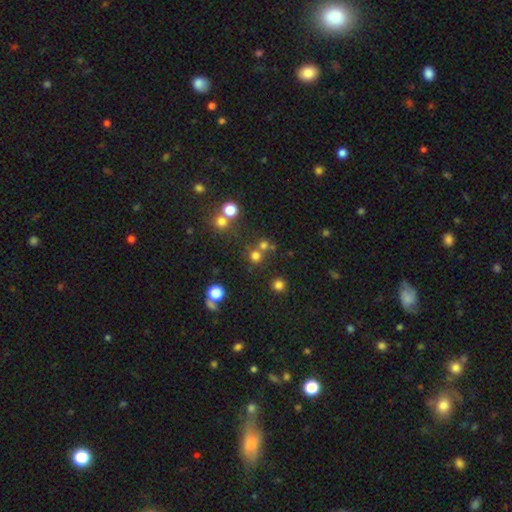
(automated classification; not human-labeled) Q: Smooth or featured?
A: smooth (70%); runner-up: star or artifact (22%)
Q: How rounded?
A: round (92%); runner-up: in between (7%)
Q: Merging?
A: none (67%); runner-up: merger (23%)